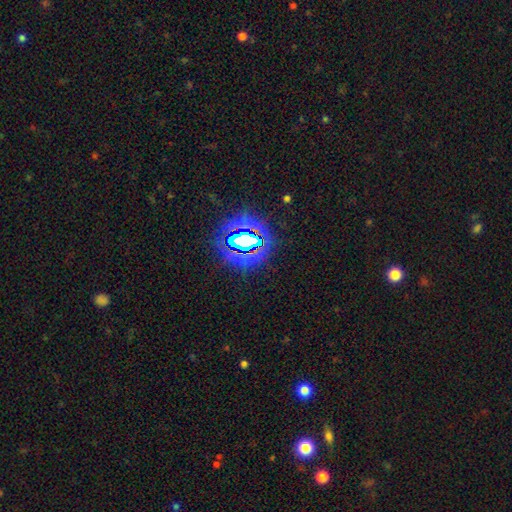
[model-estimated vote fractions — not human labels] The model was most divided on "smooth or featured": star or artifact: 81%, smooth: 12%, featured or disk: 7%.